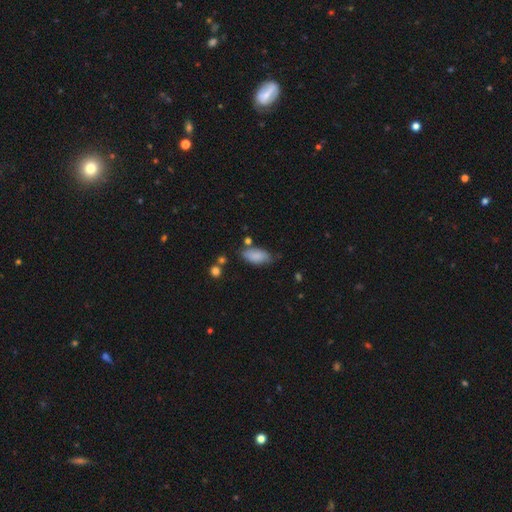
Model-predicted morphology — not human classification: This appears to be a smooth galaxy with no disk features (85%) that is in between round and cigar-shaped (89%). Merging: none (65%).